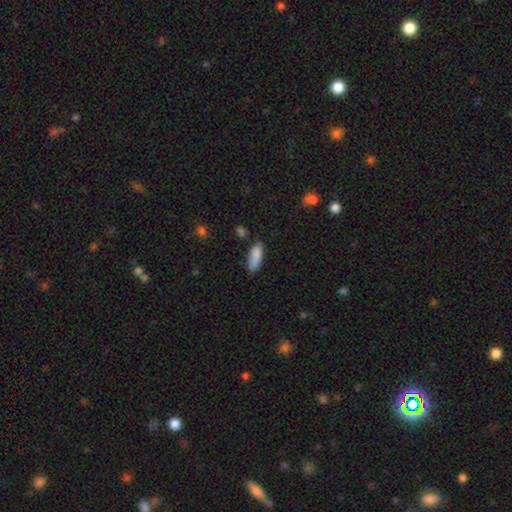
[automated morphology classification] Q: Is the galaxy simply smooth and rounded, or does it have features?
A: smooth — 86%.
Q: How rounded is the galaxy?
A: in between — 67%.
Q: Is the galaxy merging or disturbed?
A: none — 69%.